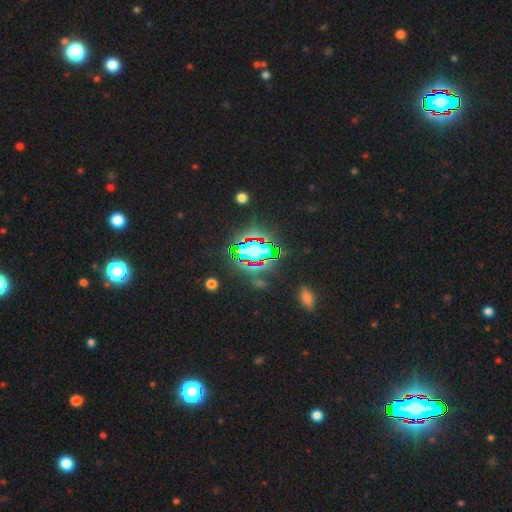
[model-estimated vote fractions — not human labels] The model was most divided on "smooth or featured": star or artifact: 82%, smooth: 11%, featured or disk: 7%.